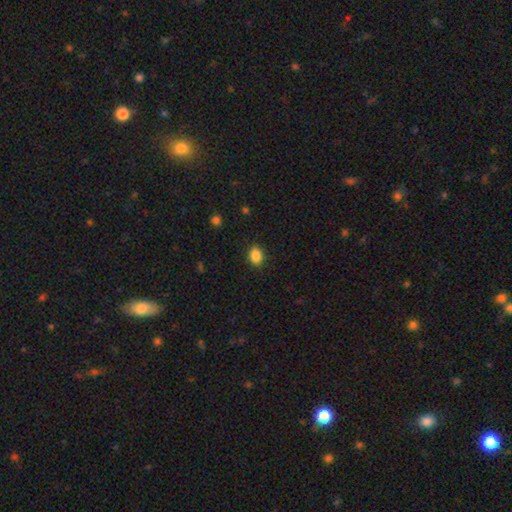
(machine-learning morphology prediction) Smooth or featured: smooth — 87% (star or artifact — 9%)
How rounded: in between — 68% (round — 31%)
Merging: none — 89% (minor disturbance — 8%)